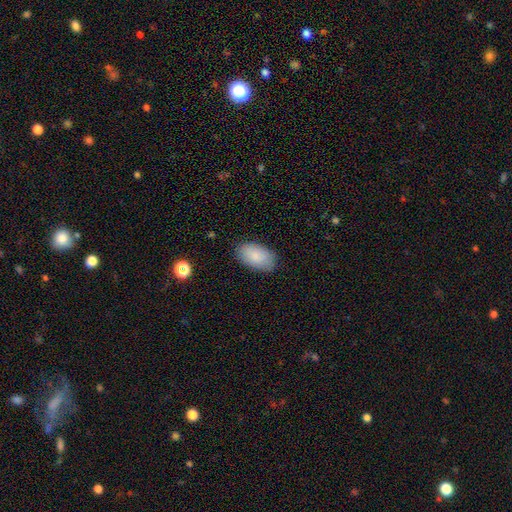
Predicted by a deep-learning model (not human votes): A smooth galaxy with no disk features (87%) that is in between round and cigar-shaped (95%). Merging: none (85%).